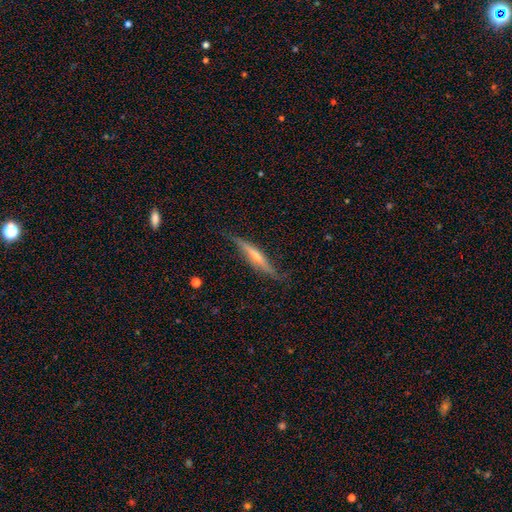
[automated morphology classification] smooth-or-featured: featured or disk: 71% | smooth: 23% | star or artifact: 6%
  disk-edge-on: yes: 87% | no: 13%
    edge-on-bulge: rounded: 67% | none: 23% | boxy: 9%
  merging: none: 70% | minor disturbance: 23% | major disturbance: 6% | merger: 2%